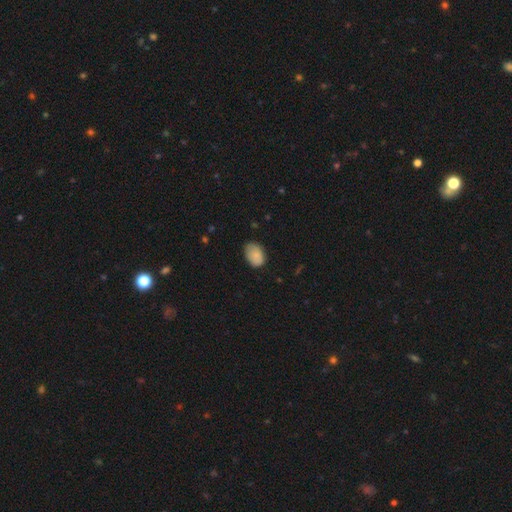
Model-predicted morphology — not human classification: Q: Smooth or featured?
A: smooth (86%); runner-up: star or artifact (7%)
Q: How rounded?
A: in between (85%); runner-up: round (14%)
Q: Merging?
A: none (68%); runner-up: minor disturbance (26%)